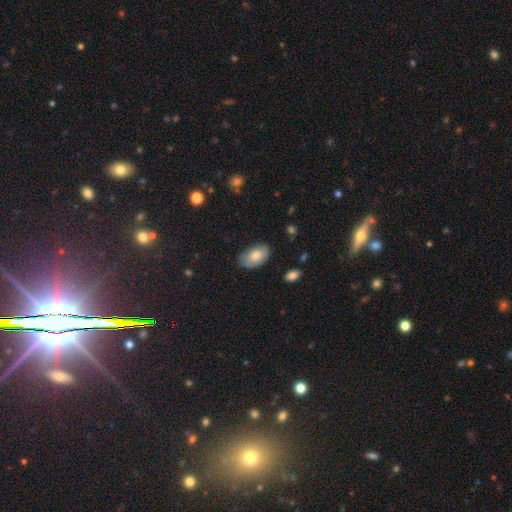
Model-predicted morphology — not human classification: Smooth or featured?
  - smooth: 77% *
  - featured or disk: 17%
  - star or artifact: 6%
How rounded?
  - in between: 93% *
  - round: 5%
  - cigar-shaped: 1%
Merging?
  - none: 72% *
  - minor disturbance: 23%
  - major disturbance: 4%
  - merger: 1%